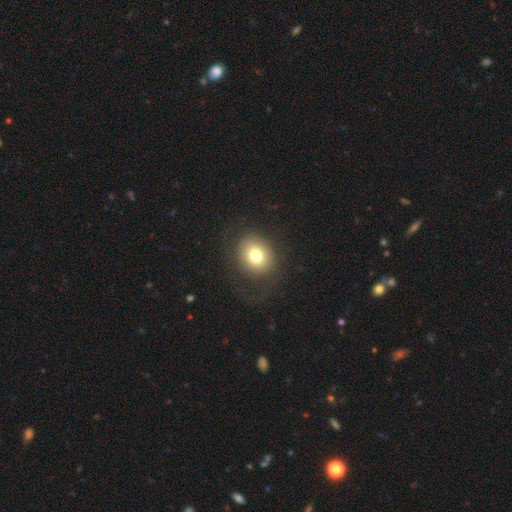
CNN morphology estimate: smooth_or_featured: smooth (p=0.73) [alt: featured or disk p=0.15]
how_rounded: round (p=0.71) [alt: in between p=0.29]
merging: none (p=0.77) [alt: minor disturbance p=0.11]